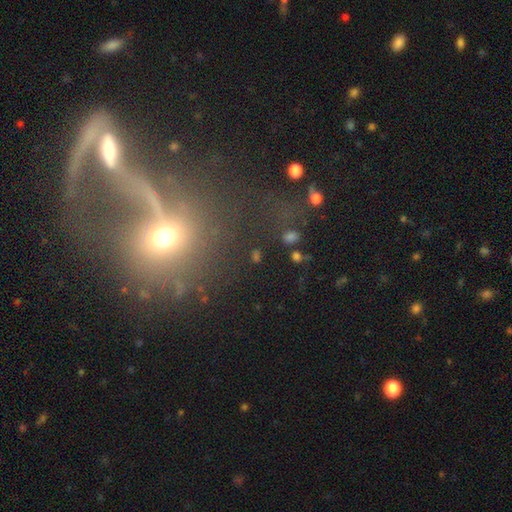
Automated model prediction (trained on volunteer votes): Smooth or featured? Predicted: smooth (p=0.45). Merging? Predicted: none (p=0.70).